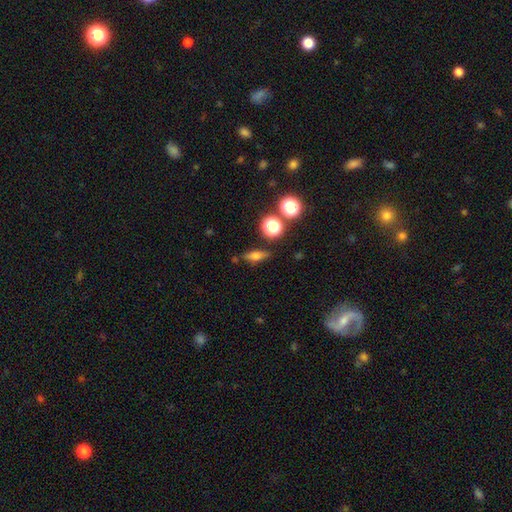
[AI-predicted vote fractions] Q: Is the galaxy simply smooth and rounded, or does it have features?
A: smooth — 53%.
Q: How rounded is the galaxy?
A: in between — 46%.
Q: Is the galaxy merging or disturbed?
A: none — 81%.